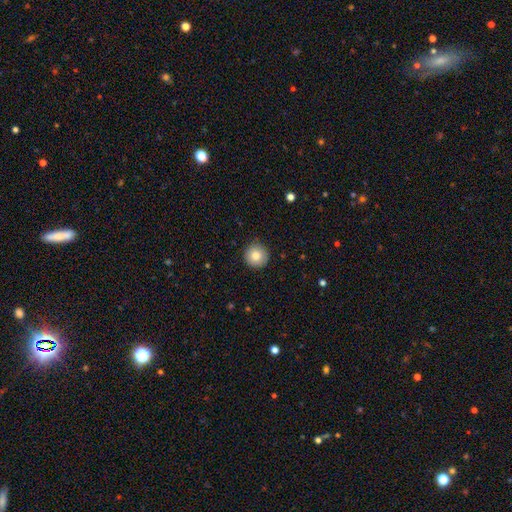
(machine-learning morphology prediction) Smooth or featured? Predicted: smooth (p=0.83). How rounded? Predicted: round (p=0.95). Merging? Predicted: none (p=0.91).